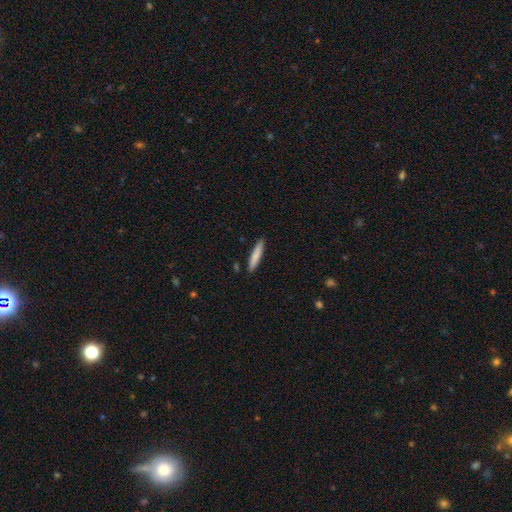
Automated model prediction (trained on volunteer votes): Smooth or featured: smooth — 82% (featured or disk — 13%)
How rounded: cigar-shaped — 92% (in between — 7%)
Merging: none — 90% (minor disturbance — 7%)